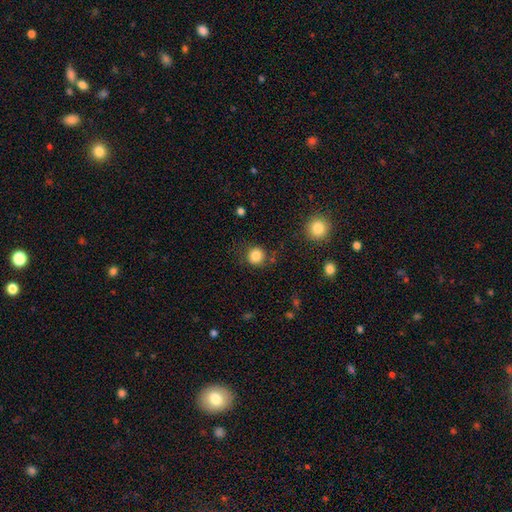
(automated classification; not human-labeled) Smooth or featured: smooth — 85% (star or artifact — 11%)
How rounded: round — 92% (in between — 7%)
Merging: none — 83% (minor disturbance — 10%)